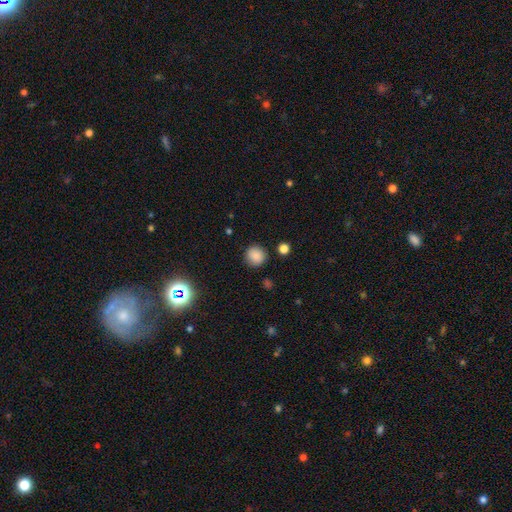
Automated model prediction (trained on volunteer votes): smooth-or-featured: smooth: 85% | star or artifact: 10% | featured or disk: 5%
  how-rounded: round: 92% | in between: 7% | cigar-shaped: 1%
  merging: none: 87% | minor disturbance: 8% | major disturbance: 2% | merger: 2%